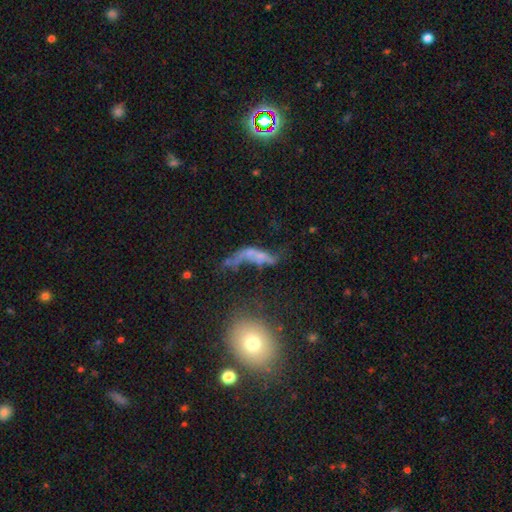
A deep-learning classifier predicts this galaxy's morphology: This is marginally a featured or disk galaxy (44%). Merging: marginally major disturbance (37%).